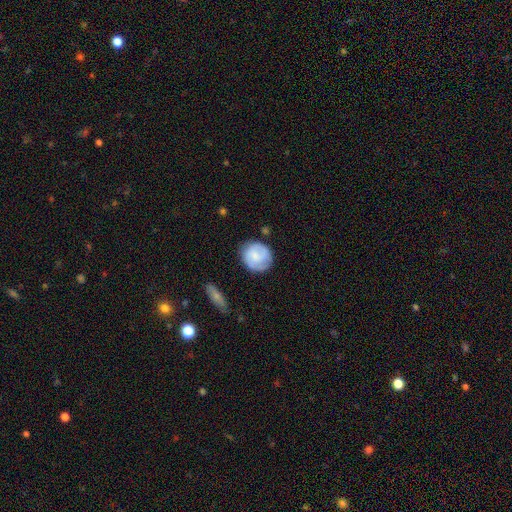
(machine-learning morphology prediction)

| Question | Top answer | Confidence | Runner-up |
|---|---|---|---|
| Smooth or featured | smooth | 55% | featured or disk (38%) |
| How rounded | round | 84% | in between (15%) |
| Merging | none | 74% | minor disturbance (18%) |